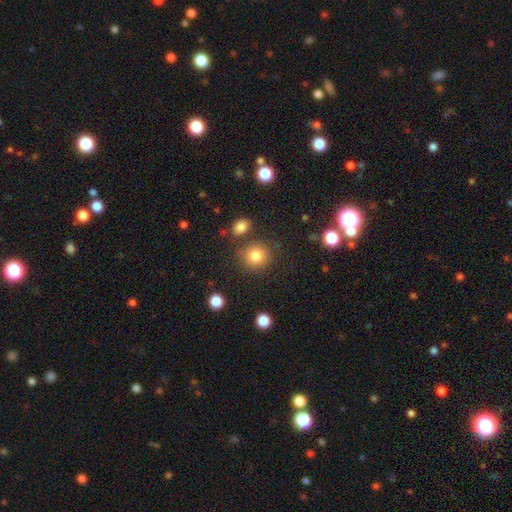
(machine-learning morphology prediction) This appears to be a smooth galaxy with no disk features (83%) that is round (88%). Merging: none (80%).